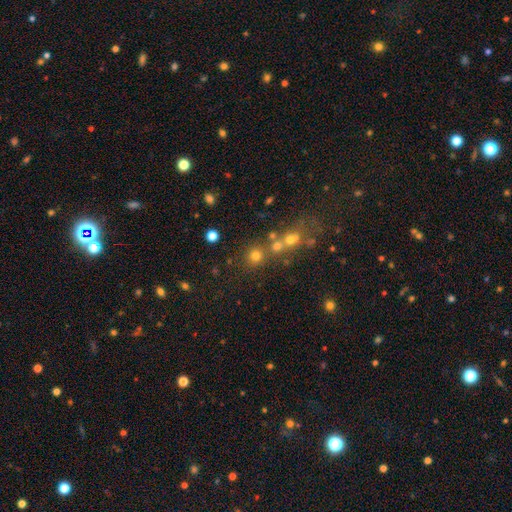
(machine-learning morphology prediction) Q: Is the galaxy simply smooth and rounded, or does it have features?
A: smooth — 71%.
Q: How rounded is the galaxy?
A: round — 90%.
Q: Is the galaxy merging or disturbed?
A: none — 69%.